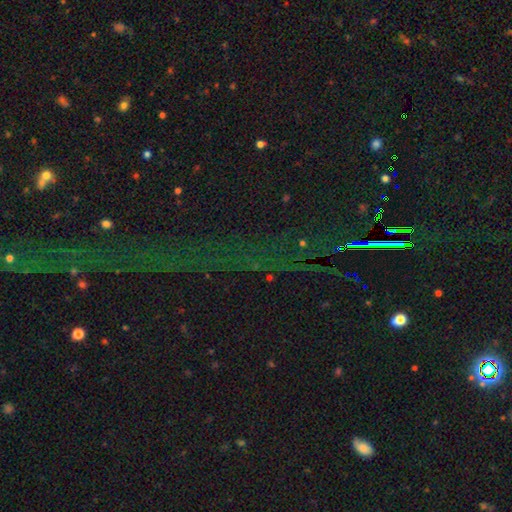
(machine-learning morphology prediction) Overall: star or artifact (81%).